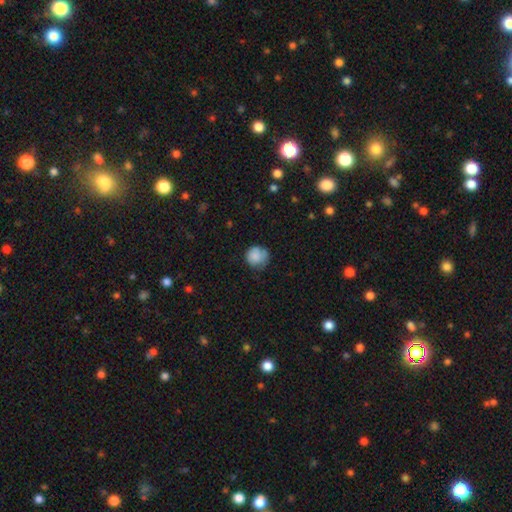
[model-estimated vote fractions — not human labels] A smooth galaxy with no disk features (81%) that is round (88%).

Vote fractions:
- Smooth or featured? smooth: 81% / featured or disk: 11% / star or artifact: 8%
- How rounded? round: 88% / in between: 11% / cigar-shaped: 1%
- Merging? none: 63% / minor disturbance: 27% / major disturbance: 8% / merger: 2%